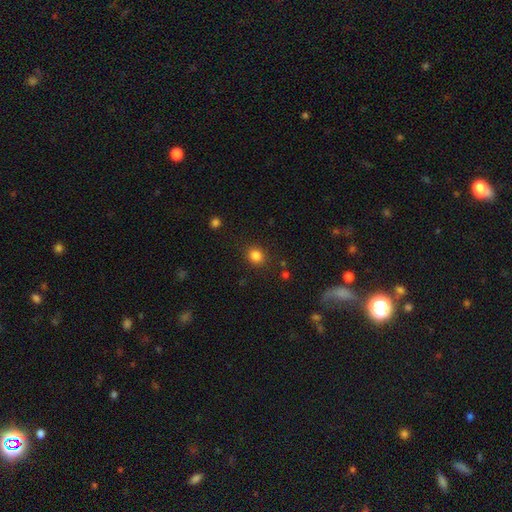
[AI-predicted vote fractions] A smooth galaxy with no disk features (84%) that is round (74%). Merging: none (87%).